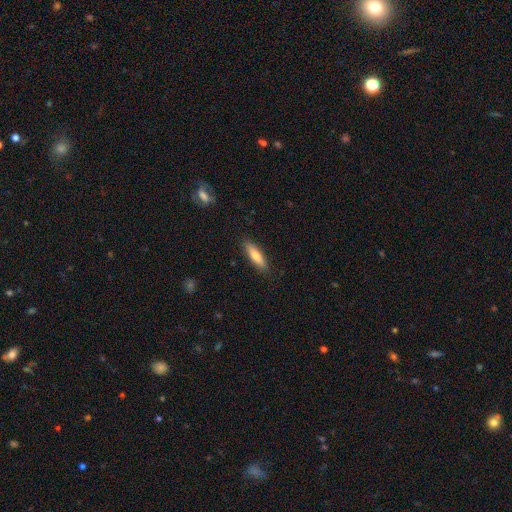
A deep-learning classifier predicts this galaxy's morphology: Overall: smooth (75%). How rounded: cigar-shaped (68%; in between 30%). Merging: none (88%).